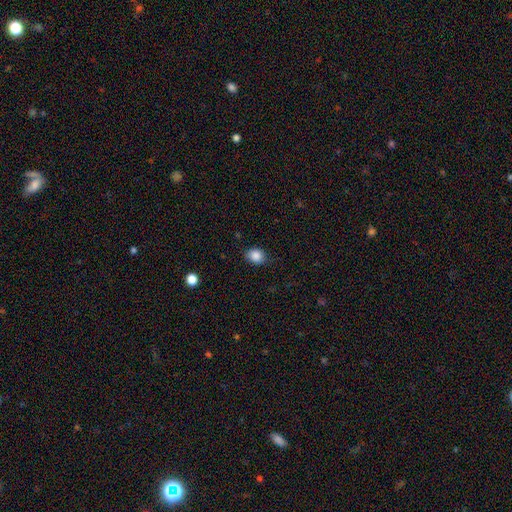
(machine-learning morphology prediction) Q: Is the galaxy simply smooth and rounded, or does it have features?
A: smooth — 87%.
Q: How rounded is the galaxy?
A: in between — 53%.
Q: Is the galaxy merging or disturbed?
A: none — 80%.